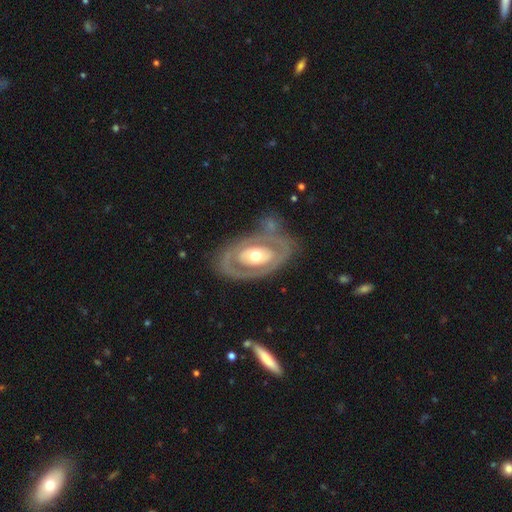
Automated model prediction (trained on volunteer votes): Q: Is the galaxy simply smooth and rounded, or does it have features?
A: featured or disk — 71%.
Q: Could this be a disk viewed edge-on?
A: no — 92%.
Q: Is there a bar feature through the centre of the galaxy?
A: no — 82%.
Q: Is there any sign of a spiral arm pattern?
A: no — 70%.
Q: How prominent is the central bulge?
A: moderate — 68%.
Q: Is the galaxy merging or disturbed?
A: none — 67%.